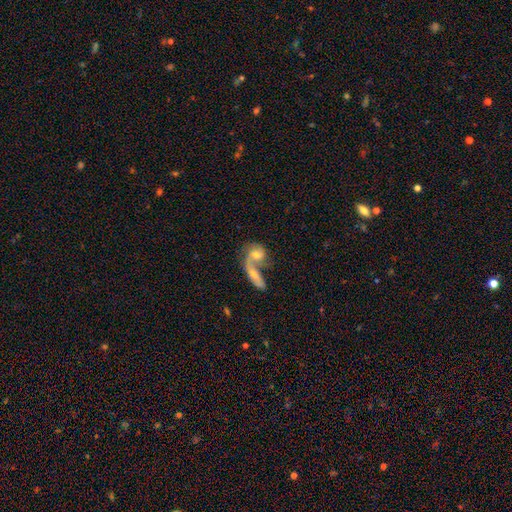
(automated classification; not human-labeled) Q: Smooth or featured?
A: featured or disk (52%); runner-up: smooth (40%)
Q: Edge-on disk?
A: no (92%); runner-up: yes (8%)
Q: Merging?
A: merger (76%); runner-up: none (12%)